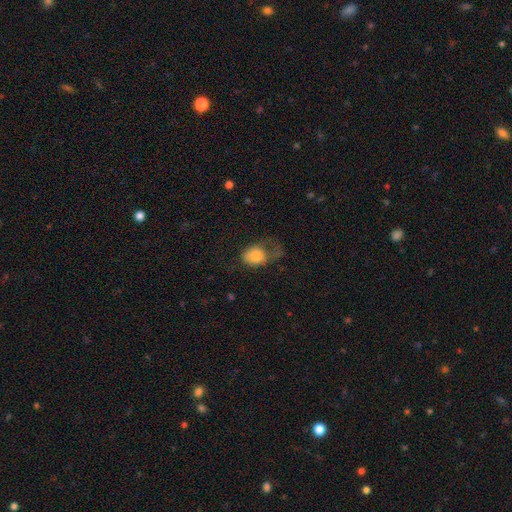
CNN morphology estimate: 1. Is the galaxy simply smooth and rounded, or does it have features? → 77% smooth, 14% featured or disk, 9% star or artifact.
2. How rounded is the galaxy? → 66% in between, 33% round, 1% cigar-shaped.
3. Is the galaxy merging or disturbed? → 50% major disturbance, 25% minor disturbance, 22% none, 4% merger.